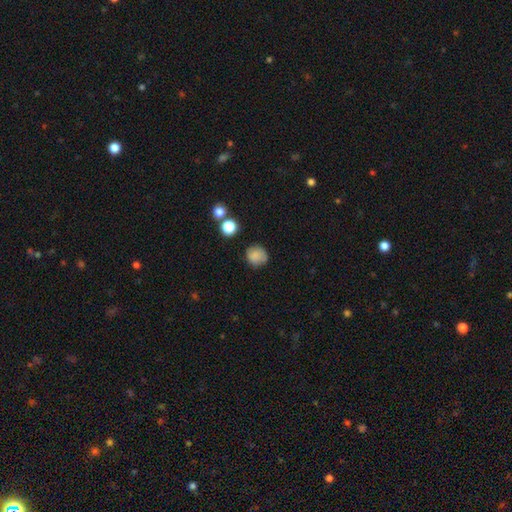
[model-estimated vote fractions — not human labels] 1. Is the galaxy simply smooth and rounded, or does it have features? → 84% smooth, 10% star or artifact, 6% featured or disk.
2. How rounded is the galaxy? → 88% round, 11% in between, 1% cigar-shaped.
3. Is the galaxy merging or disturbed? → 80% none, 14% minor disturbance, 4% major disturbance, 3% merger.